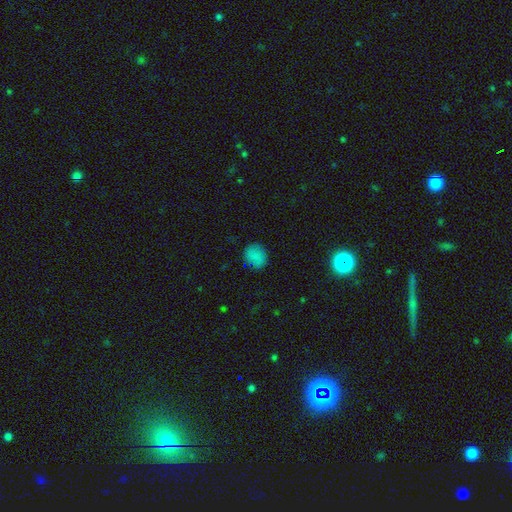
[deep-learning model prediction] Overall: smooth (76%). How rounded: round (69%; in between 30%). Merging: none (77%).